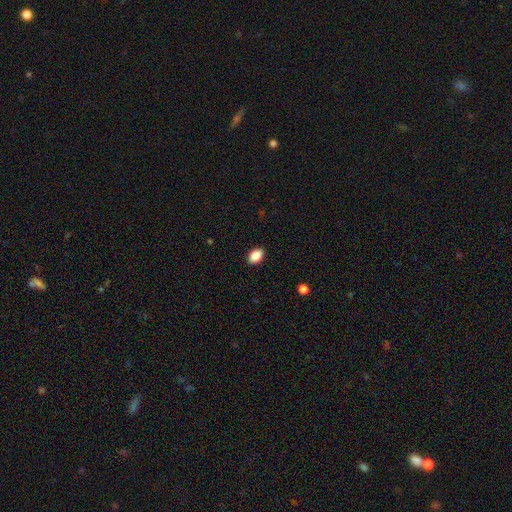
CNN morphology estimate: smooth_or_featured: smooth (p=0.88) [alt: star or artifact p=0.08]
how_rounded: in between (p=0.89) [alt: round p=0.10]
merging: none (p=0.90) [alt: minor disturbance p=0.08]